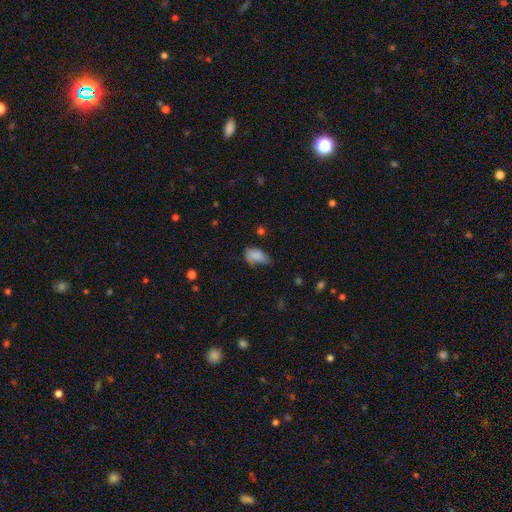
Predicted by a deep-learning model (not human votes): Q: Smooth or featured?
A: smooth (82%); runner-up: featured or disk (10%)
Q: How rounded?
A: in between (91%); runner-up: round (7%)
Q: Merging?
A: minor disturbance (42%); runner-up: none (36%)